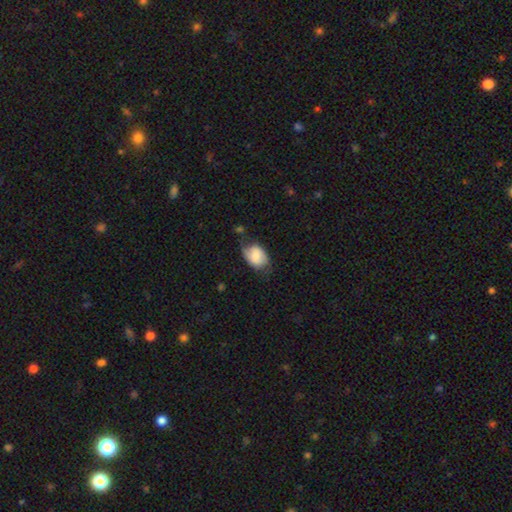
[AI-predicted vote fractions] Overall: smooth (69%). How rounded: in between (73%). Merging: none (47%; minor disturbance 36%).